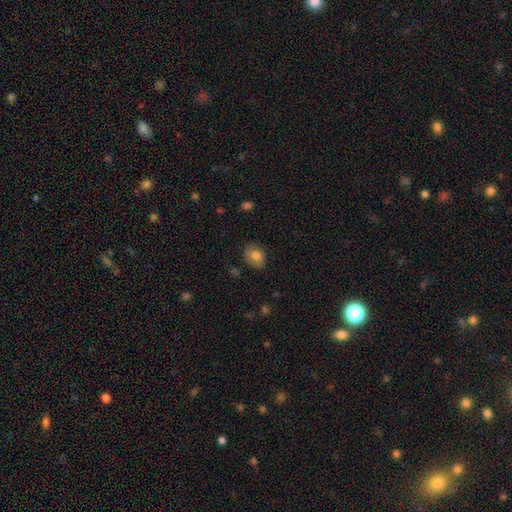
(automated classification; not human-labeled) This appears to be a smooth galaxy with no disk features (80%) that is in between round and cigar-shaped (59%). Merging: none (81%).